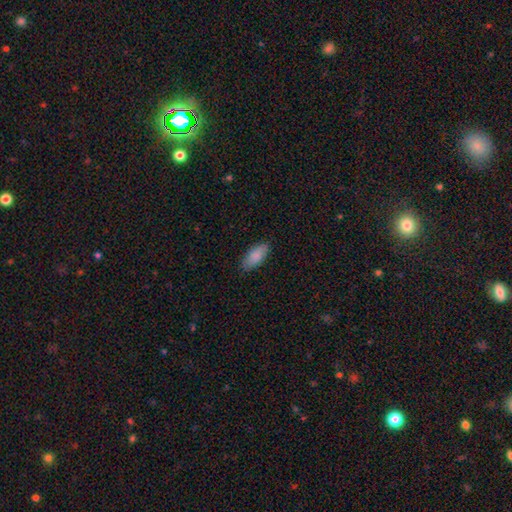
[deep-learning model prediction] Overall: smooth (87%). How rounded: in between (87%). Merging: none (85%).